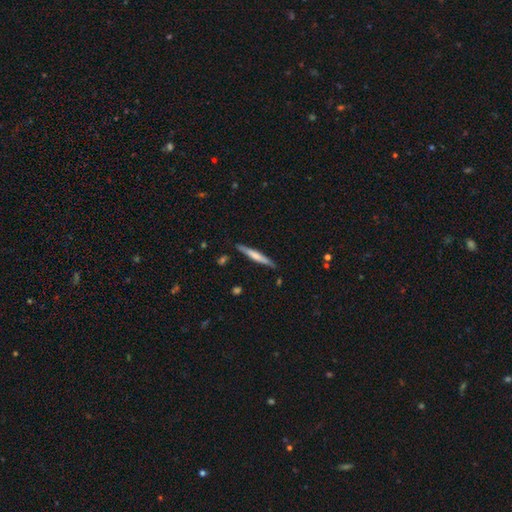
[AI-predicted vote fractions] The model was most divided on "smooth or featured": smooth: 53%, featured or disk: 42%, star or artifact: 5%. More confident: how rounded — cigar-shaped (94%); merging — none (86%).